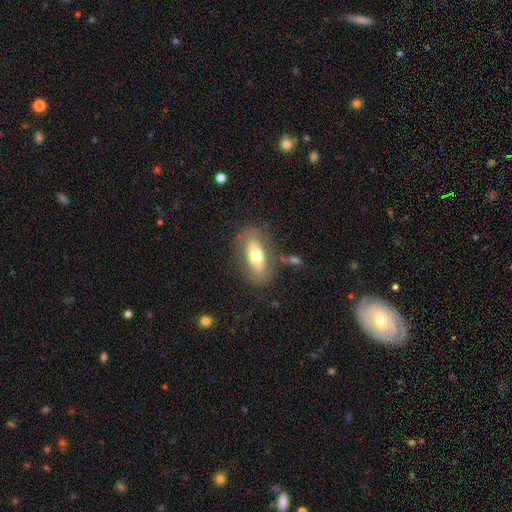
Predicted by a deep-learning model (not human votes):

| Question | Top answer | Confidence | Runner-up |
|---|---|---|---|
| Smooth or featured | smooth | 59% | featured or disk (34%) |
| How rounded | in between | 84% | cigar-shaped (10%) |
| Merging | none | 76% | minor disturbance (14%) |